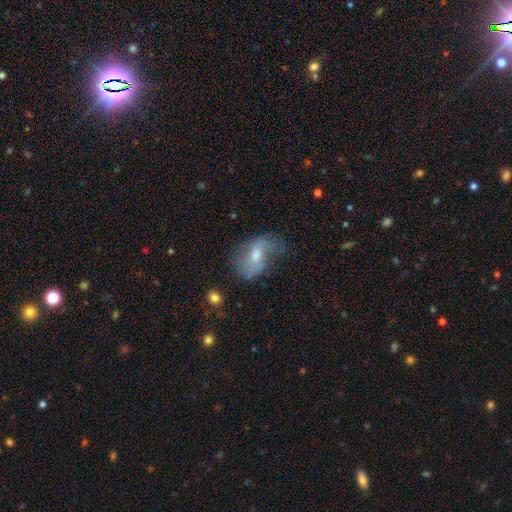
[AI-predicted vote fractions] A featured or disk galaxy (52%).

Vote fractions:
- Smooth or featured? featured or disk: 52% / smooth: 38% / star or artifact: 9%
- Edge-on disk? no: 94% / yes: 6%
- Merging? none: 43% / minor disturbance: 31% / major disturbance: 23% / merger: 3%